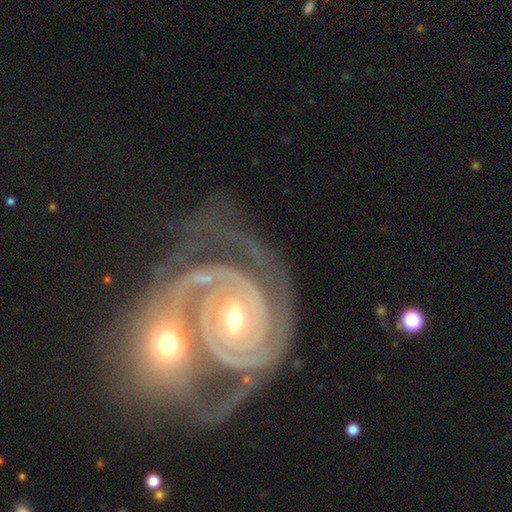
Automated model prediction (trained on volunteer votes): Smooth or featured? Predicted: featured or disk (p=0.91). Edge-on disk? Predicted: no (p=0.97). Bar? Predicted: no (p=0.53). Spiral arms? Predicted: yes (p=0.97). Spiral winding? Predicted: tight (p=0.77). Spiral arm count? Predicted: 2 (p=0.69). Bulge size? Predicted: moderate (p=0.57). Merging? Predicted: merger (p=0.45).